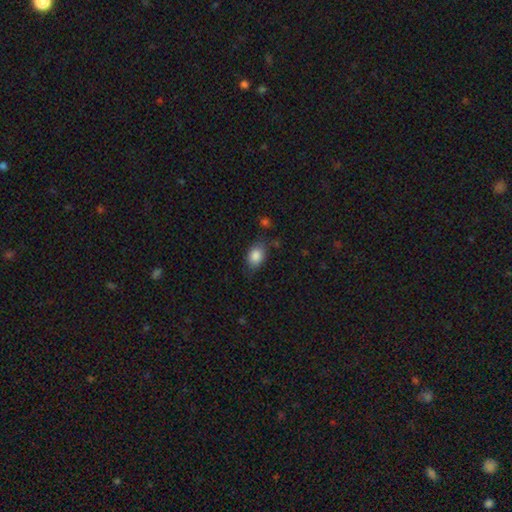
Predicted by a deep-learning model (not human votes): Q: Smooth or featured?
A: smooth (85%); runner-up: star or artifact (8%)
Q: How rounded?
A: in between (80%); runner-up: round (19%)
Q: Merging?
A: none (70%); runner-up: minor disturbance (21%)